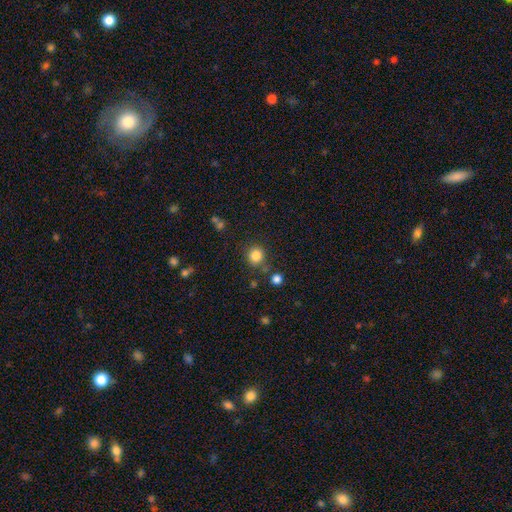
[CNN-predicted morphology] The model was most divided on "merging": none: 81%, minor disturbance: 10%, merger: 6%, major disturbance: 4%. More confident: how rounded — round (88%); smooth or featured — smooth (84%).